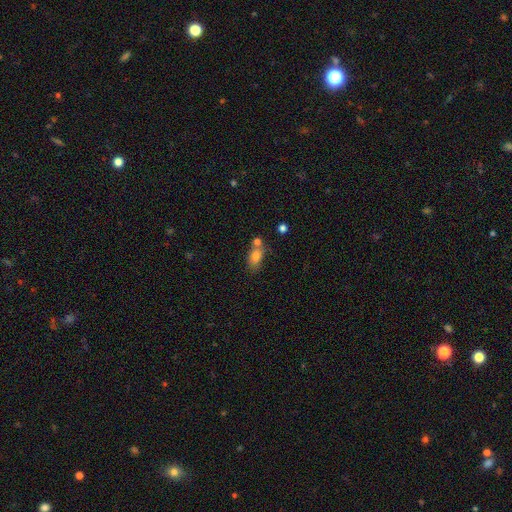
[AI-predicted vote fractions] smooth-or-featured: smooth: 79% | featured or disk: 11% | star or artifact: 10%
  how-rounded: in between: 82% | round: 14% | cigar-shaped: 3%
  merging: none: 52% | merger: 26% | minor disturbance: 16% | major disturbance: 6%